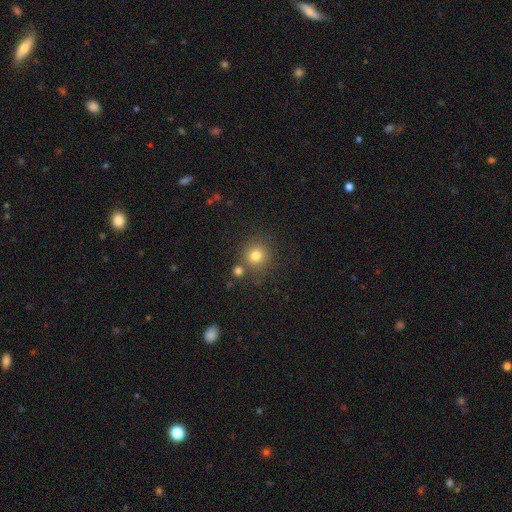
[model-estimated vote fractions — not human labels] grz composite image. It shows a smooth galaxy with no disk features (79%) that is round (91%). Merging: none (75%).